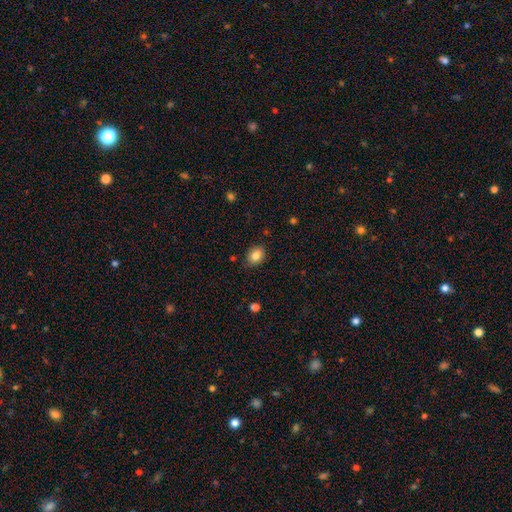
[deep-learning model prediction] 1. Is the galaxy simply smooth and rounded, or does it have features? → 84% smooth, 9% star or artifact, 7% featured or disk.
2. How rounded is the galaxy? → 67% in between, 32% round, 1% cigar-shaped.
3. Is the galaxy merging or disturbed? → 84% none, 12% minor disturbance, 2% major disturbance, 1% merger.